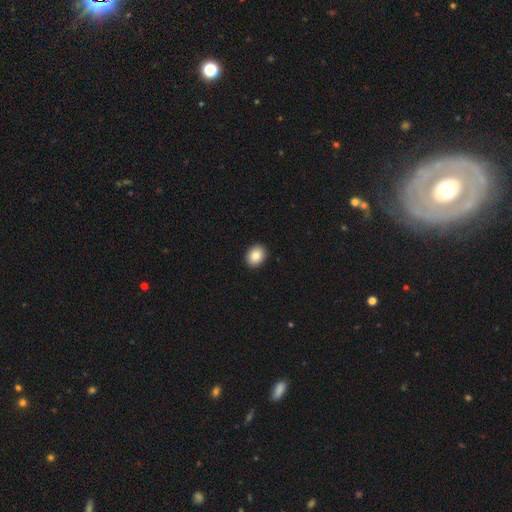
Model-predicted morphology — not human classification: Q: Smooth or featured?
A: smooth (86%); runner-up: star or artifact (8%)
Q: How rounded?
A: round (53%); runner-up: in between (47%)
Q: Merging?
A: none (92%); runner-up: minor disturbance (5%)